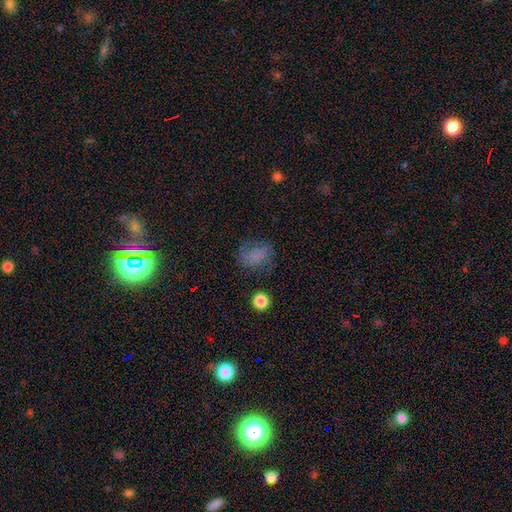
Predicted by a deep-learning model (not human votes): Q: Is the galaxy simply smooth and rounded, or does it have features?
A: smooth — 58%.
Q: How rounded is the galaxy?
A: in between — 58%.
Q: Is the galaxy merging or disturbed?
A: none — 56%.